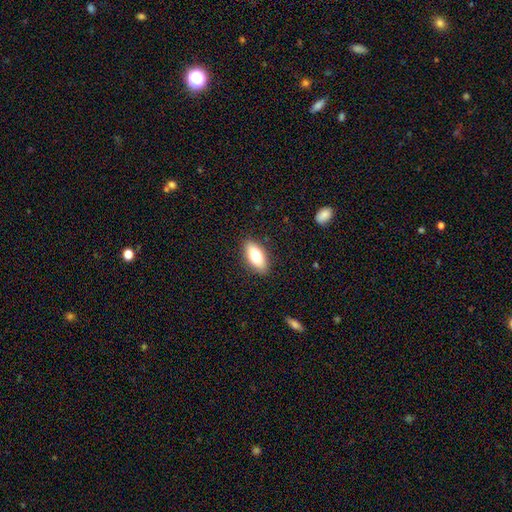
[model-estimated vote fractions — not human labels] Smooth or featured: smooth — 76% (featured or disk — 17%)
How rounded: in between — 83% (cigar-shaped — 13%)
Merging: none — 88% (minor disturbance — 9%)